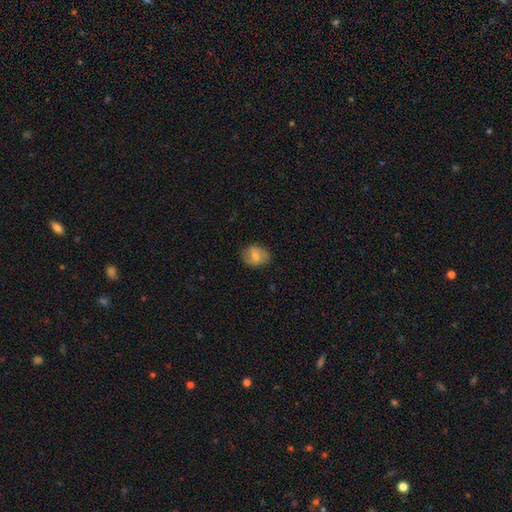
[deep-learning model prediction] This appears to be a smooth galaxy with no disk features (62%) that is in between round and cigar-shaped (52%). Merging: none (79%).